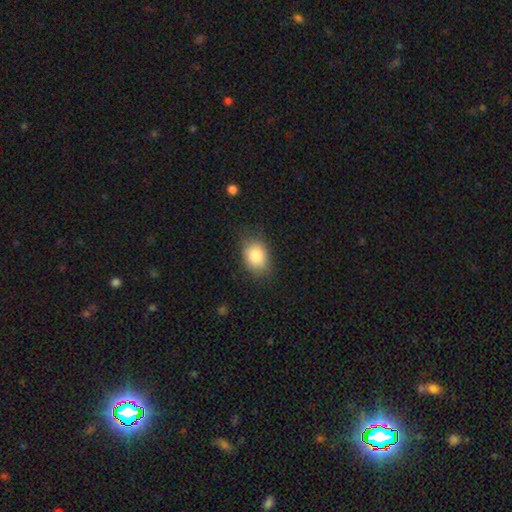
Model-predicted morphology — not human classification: smooth 82%, featured or disk 10%, star or artifact 8%. Down the decision tree: how rounded — in between (68%); merging — none (74%).